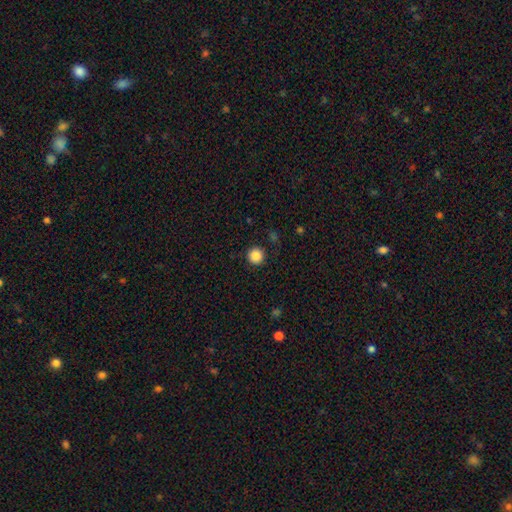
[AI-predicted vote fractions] Smooth or featured? Predicted: smooth (p=0.87). How rounded? Predicted: round (p=0.96). Merging? Predicted: none (p=0.91).